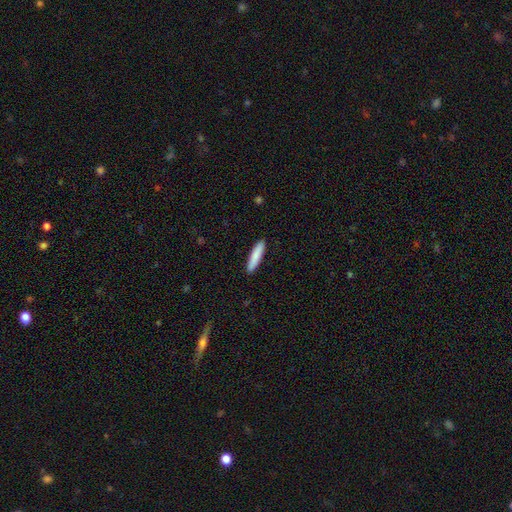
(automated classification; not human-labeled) smooth-or-featured: smooth: 85% | featured or disk: 10% | star or artifact: 5%
  how-rounded: cigar-shaped: 87% | in between: 12% | round: 1%
  merging: none: 91% | minor disturbance: 6% | major disturbance: 1% | merger: 1%